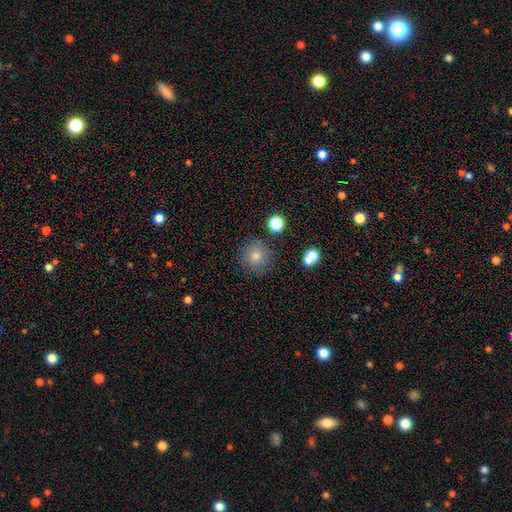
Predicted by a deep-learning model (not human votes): A smooth galaxy with no disk features (78%) that is round (94%). Merging: none (88%).